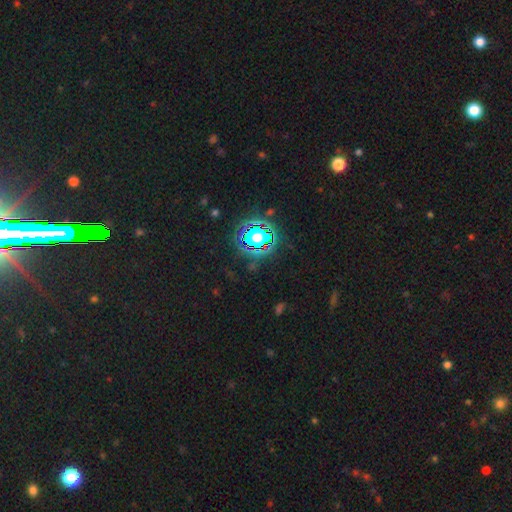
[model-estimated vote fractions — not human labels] Q: Smooth or featured?
A: star or artifact (83%); runner-up: smooth (10%)